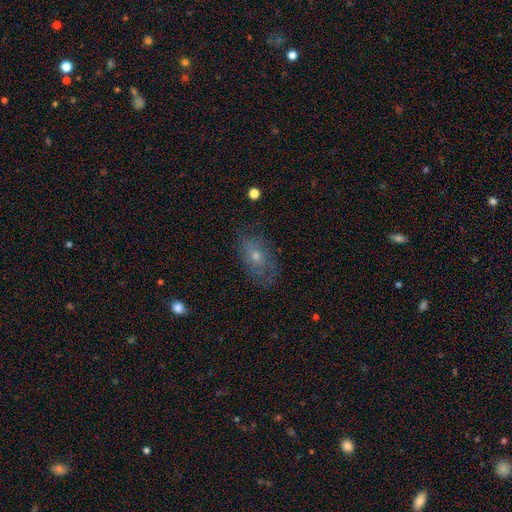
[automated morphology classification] Smooth or featured? featured or disk (46%)
Merging? none (69%)